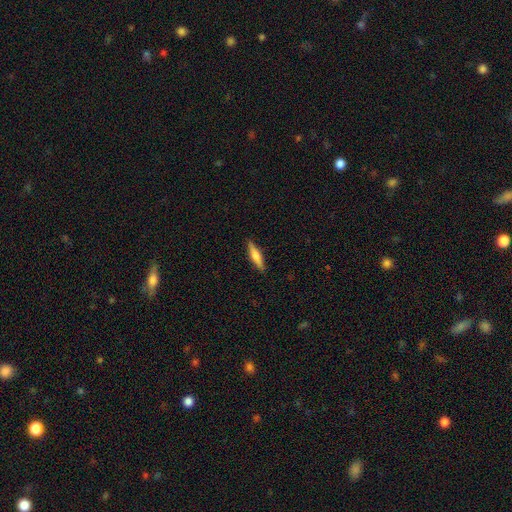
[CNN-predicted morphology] Q: Smooth or featured?
A: smooth (55%); runner-up: featured or disk (39%)
Q: How rounded?
A: cigar-shaped (80%); runner-up: in between (18%)
Q: Merging?
A: none (90%); runner-up: minor disturbance (8%)